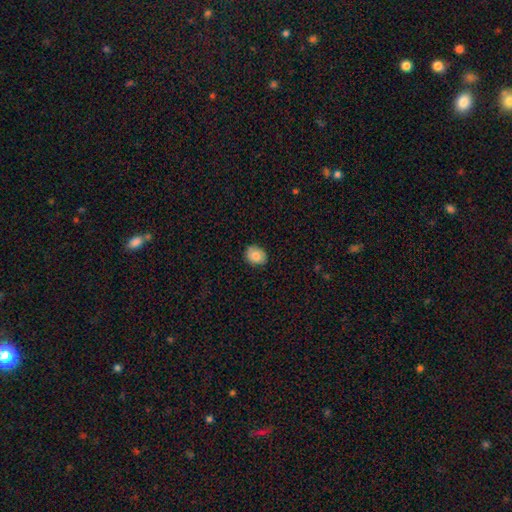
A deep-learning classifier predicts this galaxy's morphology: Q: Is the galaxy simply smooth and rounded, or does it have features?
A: smooth — 81%.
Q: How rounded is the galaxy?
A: round — 59%.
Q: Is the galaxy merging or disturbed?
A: none — 86%.